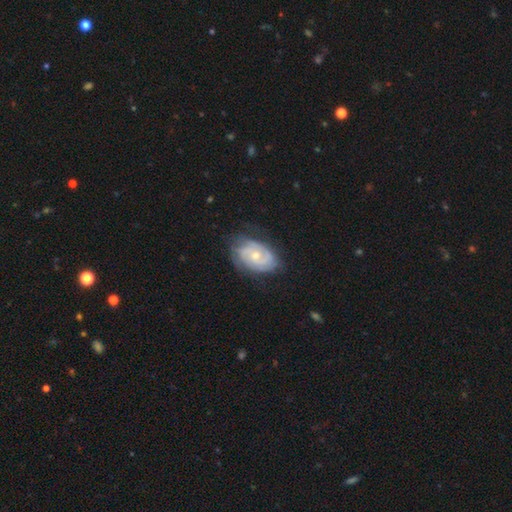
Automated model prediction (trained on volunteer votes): This is likely a featured or disk galaxy (77%). It is clearly not viewed edge-on (97%). Bar: likely no (74%). Spiral arm pattern: clearly yes (89%). Spiral arm count: marginally 2 (39%). Spiral winding: likely tight (64%). Central bulge: possibly small (51%). Merging: likely none (71%).